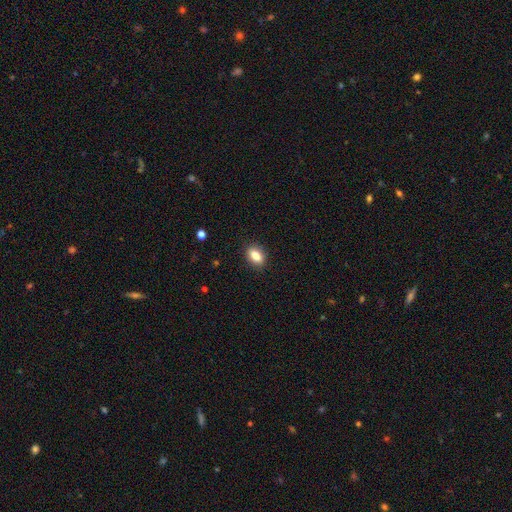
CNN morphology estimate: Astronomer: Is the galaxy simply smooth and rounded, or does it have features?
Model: smooth — 82%.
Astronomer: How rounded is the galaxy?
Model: in between — 80%.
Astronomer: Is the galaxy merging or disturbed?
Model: none — 89%.